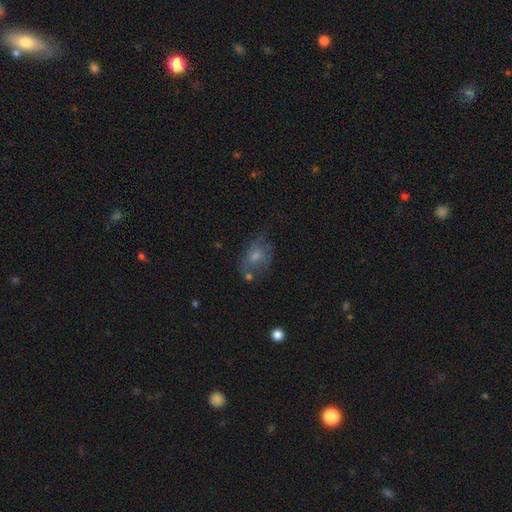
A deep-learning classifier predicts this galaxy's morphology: The model was most divided on "merging": none: 45%, minor disturbance: 27%, major disturbance: 19%, merger: 9%. More confident: how rounded — in between (74%); smooth or featured — smooth (60%).